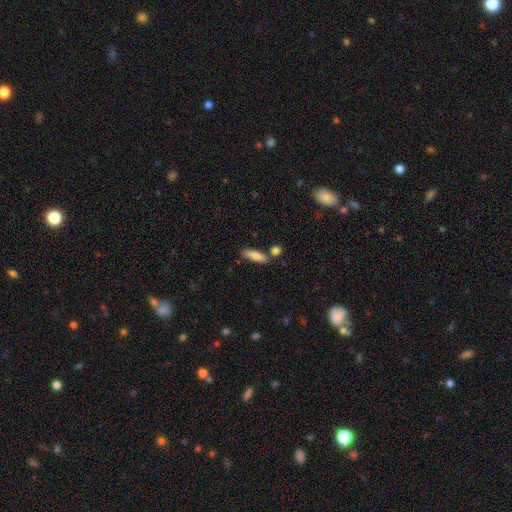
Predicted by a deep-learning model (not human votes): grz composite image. It shows a smooth galaxy with no disk features (82%) that is cigar-shaped (55%). Merging: none (74%).